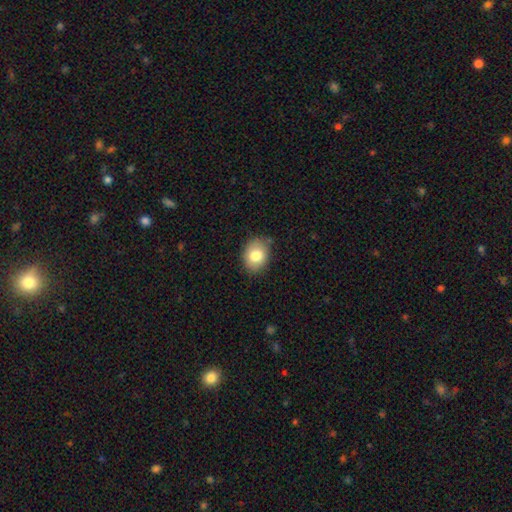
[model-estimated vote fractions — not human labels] Smooth or featured? Predicted: smooth (p=0.81). How rounded? Predicted: in between (p=0.60). Merging? Predicted: none (p=0.82).